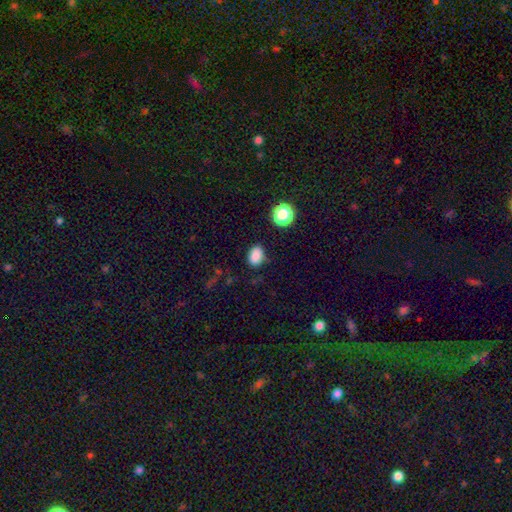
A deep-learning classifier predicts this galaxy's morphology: A smooth galaxy with no disk features (84%) that is in between round and cigar-shaped (77%). Merging: none (75%).